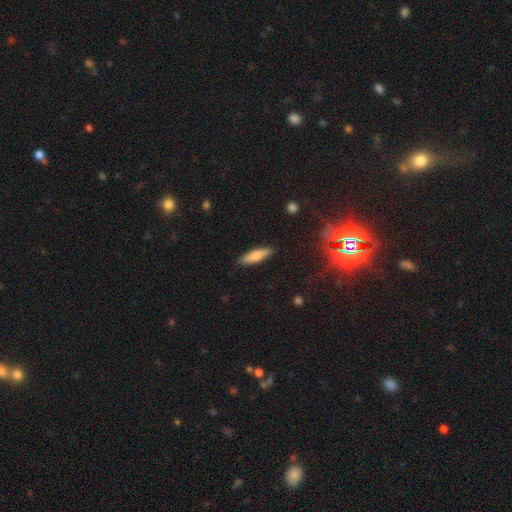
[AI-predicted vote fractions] Smooth or featured? Predicted: smooth (p=0.74). How rounded? Predicted: cigar-shaped (p=0.64). Merging? Predicted: none (p=0.88).